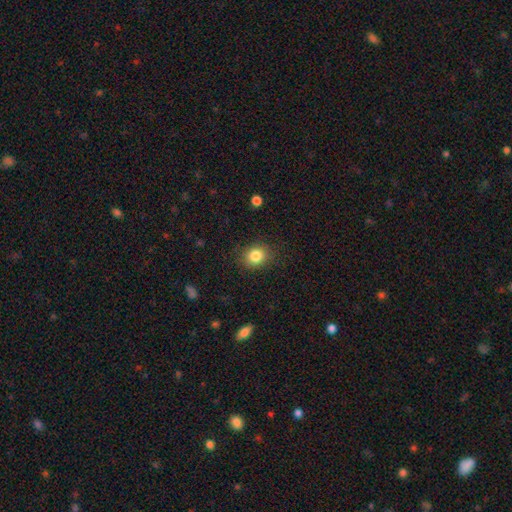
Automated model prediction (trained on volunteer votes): Morphology: type=smooth (84%); roundness=round (66%); merging=none (86%).